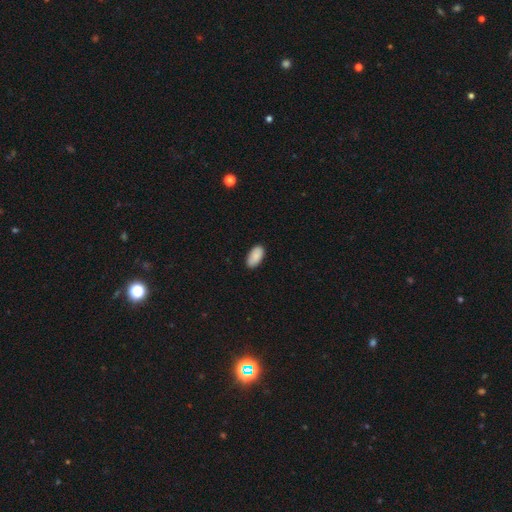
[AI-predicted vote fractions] Overall: smooth (90%). How rounded: in between (95%). Merging: none (88%).